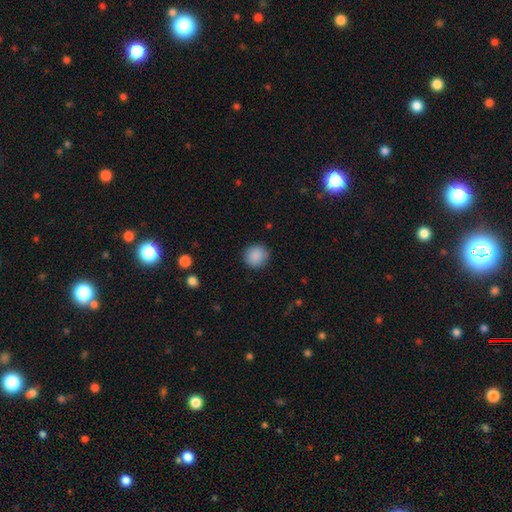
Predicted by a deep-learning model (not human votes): smooth_or_featured: smooth (p=0.89) [alt: star or artifact p=0.08]
how_rounded: round (p=0.90) [alt: in between p=0.09]
merging: none (p=0.88) [alt: minor disturbance p=0.08]